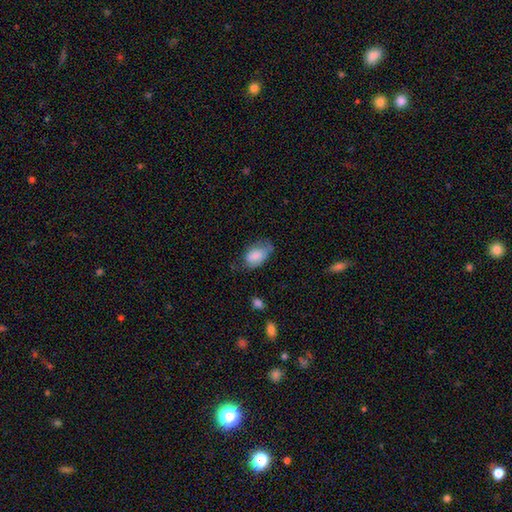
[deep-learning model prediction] A smooth galaxy with no disk features (79%) that is in between round and cigar-shaped (91%).

Vote fractions:
- Smooth or featured? smooth: 79% / featured or disk: 14% / star or artifact: 7%
- How rounded? in between: 91% / round: 7% / cigar-shaped: 2%
- Merging? none: 42% / minor disturbance: 37% / major disturbance: 18% / merger: 2%